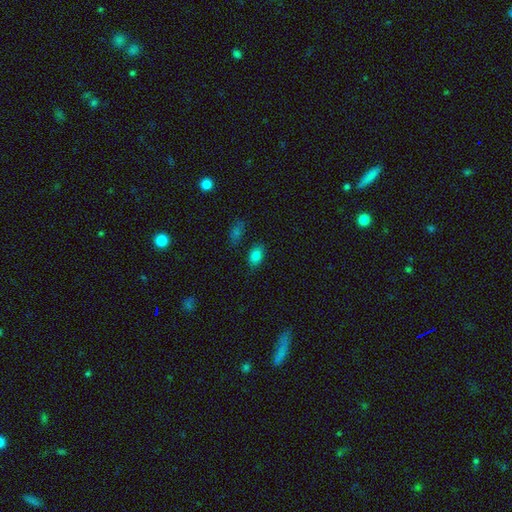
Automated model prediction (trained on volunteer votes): smooth 83%, star or artifact 11%, featured or disk 7%. Down the decision tree: how rounded — in between (88%); merging — none (81%).